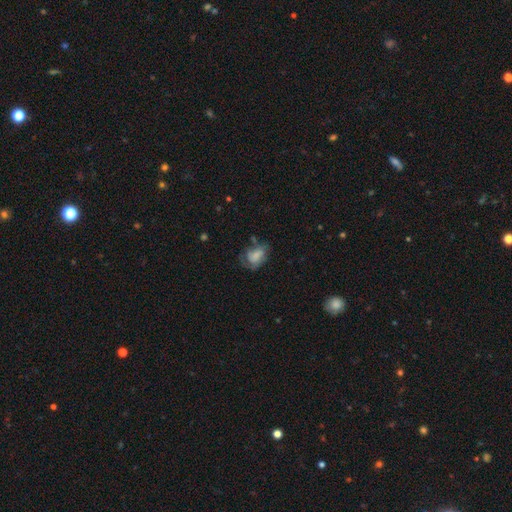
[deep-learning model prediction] A smooth galaxy with no disk features (56%) that is in between round and cigar-shaped (80%).

Vote fractions:
- Smooth or featured? smooth: 56% / featured or disk: 35% / star or artifact: 9%
- How rounded? in between: 80% / round: 19% / cigar-shaped: 2%
- Merging? none: 39% / minor disturbance: 29% / major disturbance: 27% / merger: 5%